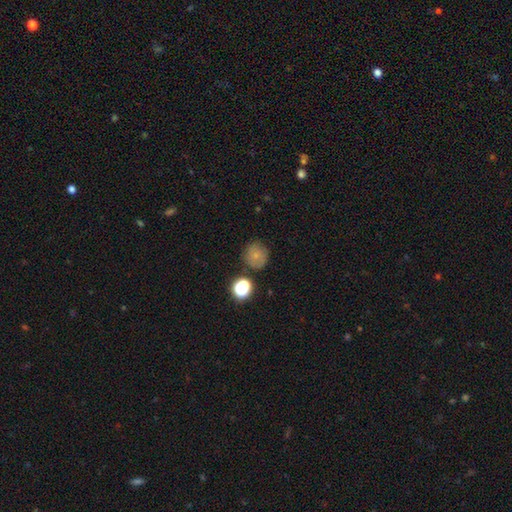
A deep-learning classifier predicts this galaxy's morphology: Smooth or featured?
  - smooth: 72% *
  - star or artifact: 15%
  - featured or disk: 13%
How rounded?
  - round: 90% *
  - in between: 9%
  - cigar-shaped: 1%
Merging?
  - none: 76% *
  - minor disturbance: 14%
  - merger: 6%
  - major disturbance: 4%